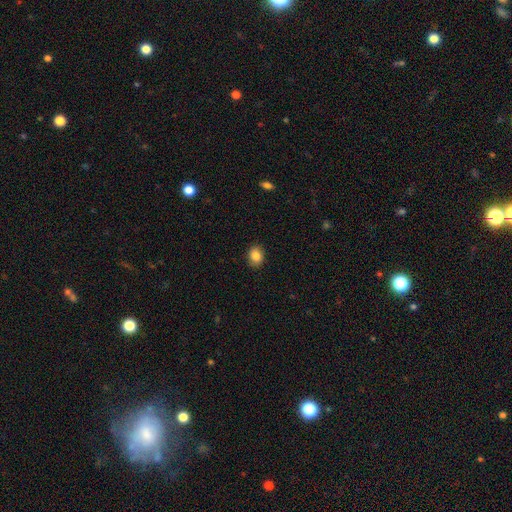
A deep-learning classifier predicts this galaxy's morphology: Smooth or featured?
  - smooth: 86% *
  - star or artifact: 9%
  - featured or disk: 5%
How rounded?
  - in between: 59% *
  - round: 40%
  - cigar-shaped: 1%
Merging?
  - none: 89% *
  - minor disturbance: 8%
  - major disturbance: 2%
  - merger: 1%